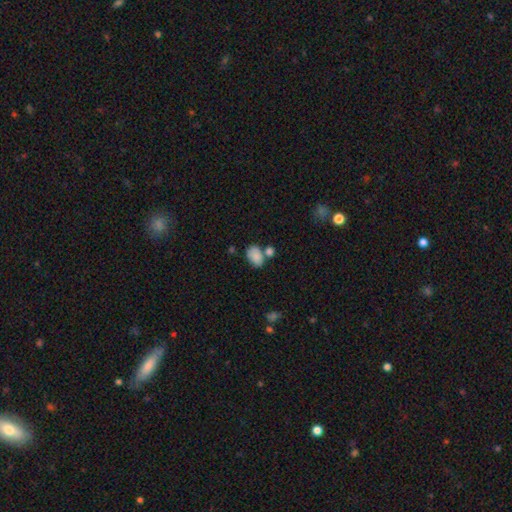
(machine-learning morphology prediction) smooth_or_featured: smooth (p=0.84) [alt: star or artifact p=0.08]
how_rounded: in between (p=0.82) [alt: round p=0.17]
merging: none (p=0.48) [alt: merger p=0.29]